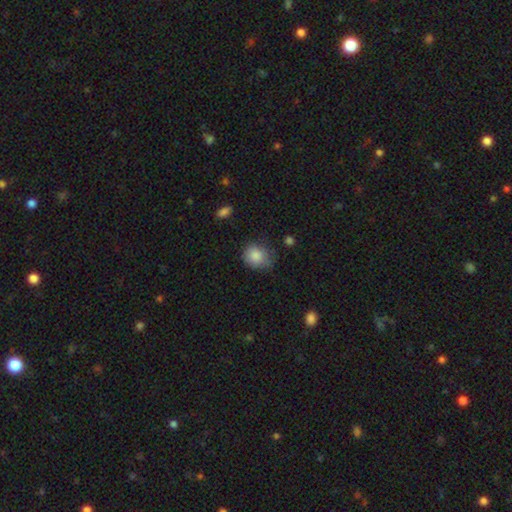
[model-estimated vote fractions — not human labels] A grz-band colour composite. It shows a smooth galaxy with no disk features (86%) that is round (66%). Merging: none (60%).